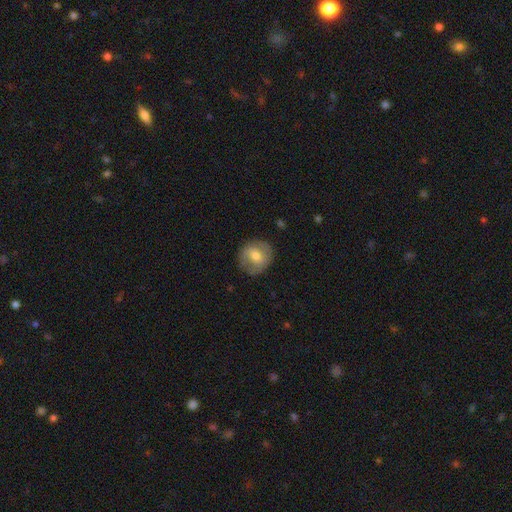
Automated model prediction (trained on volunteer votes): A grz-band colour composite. It shows a smooth galaxy with no disk features (60%) that is round (83%). Merging: none (79%).